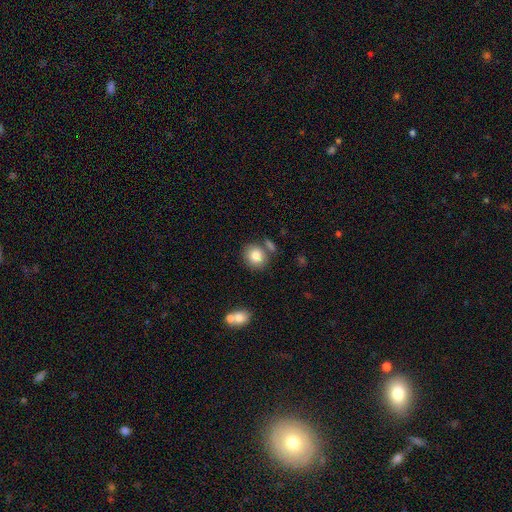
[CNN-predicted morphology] A smooth galaxy with no disk features (82%) that is round (72%). Merging: none (70%).